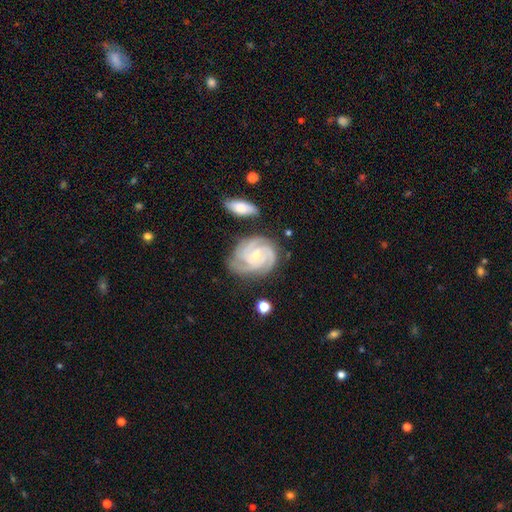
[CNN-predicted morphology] A featured or disk galaxy (89%) with no bar (54%), 3 (47%) tight (70%) spiral arms (98%) and a small central bulge (66%).

Vote fractions:
- Smooth or featured? featured or disk: 89% / smooth: 6% / star or artifact: 5%
- Edge-on disk? no: 98% / yes: 2%
- Bar? no: 54% / weak: 36% / strong: 9%
- Spiral arms? yes: 98% / no: 2%
- Spiral winding? tight: 70% / medium: 27% / loose: 3%
- Spiral arm count? 3: 47% / 4: 28% / 2: 9% / can't tell: 8% / more than 4: 4% / 1: 4%
- Bulge size? small: 66% / moderate: 28% / none: 4% / large: 1% / dominant: 1%
- Merging? none: 71% / minor disturbance: 18% / major disturbance: 6% / merger: 4%